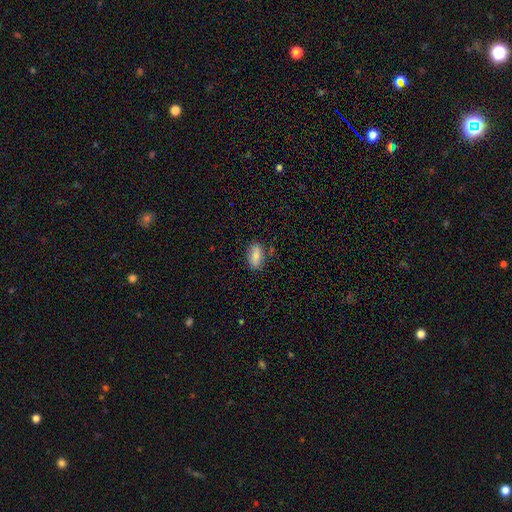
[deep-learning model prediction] The model was most divided on "merging": none: 80%, minor disturbance: 14%, major disturbance: 3%, merger: 2%. More confident: how rounded — in between (90%); smooth or featured — smooth (82%).